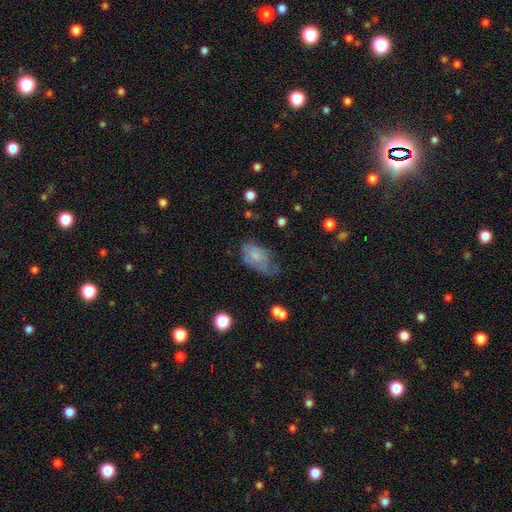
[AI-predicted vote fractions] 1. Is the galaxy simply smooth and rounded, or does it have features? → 64% smooth, 26% featured or disk, 10% star or artifact.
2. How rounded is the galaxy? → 90% in between, 8% round, 2% cigar-shaped.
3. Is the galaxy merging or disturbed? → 36% none, 35% minor disturbance, 26% major disturbance, 3% merger.